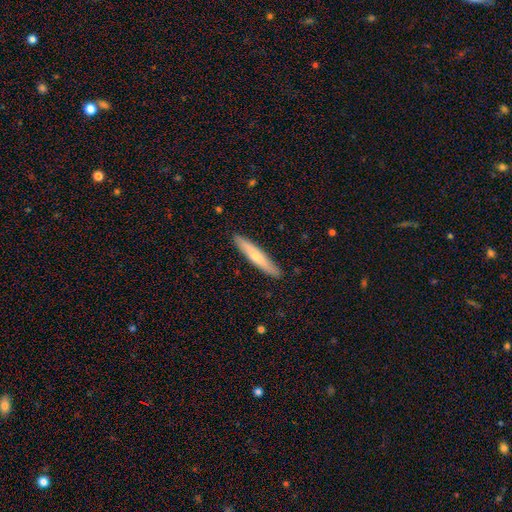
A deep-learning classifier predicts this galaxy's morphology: smooth_or_featured: smooth (p=0.63) [alt: featured or disk p=0.31]
how_rounded: cigar-shaped (p=0.92) [alt: in between p=0.06]
merging: none (p=0.90) [alt: minor disturbance p=0.07]